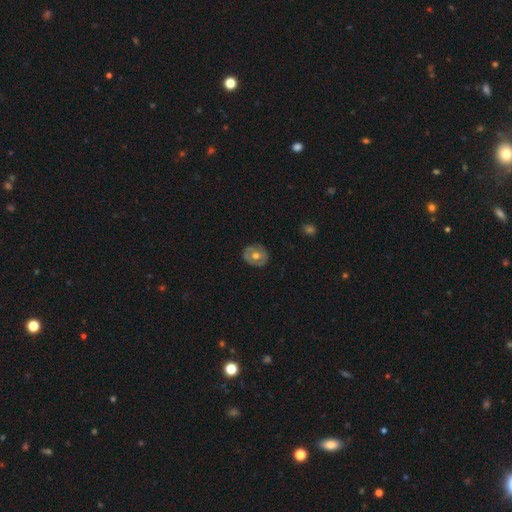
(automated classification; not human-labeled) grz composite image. It shows a featured or disk galaxy (49%). Merging: none (82%).